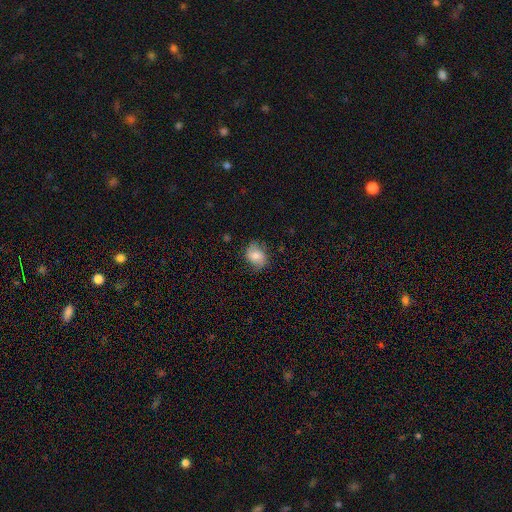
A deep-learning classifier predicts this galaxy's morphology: A smooth galaxy with no disk features (69%) that is in between round and cigar-shaped (56%).

Vote fractions:
- Smooth or featured? smooth: 69% / featured or disk: 22% / star or artifact: 9%
- How rounded? in between: 56% / round: 43% / cigar-shaped: 1%
- Merging? none: 73% / minor disturbance: 20% / major disturbance: 6% / merger: 1%